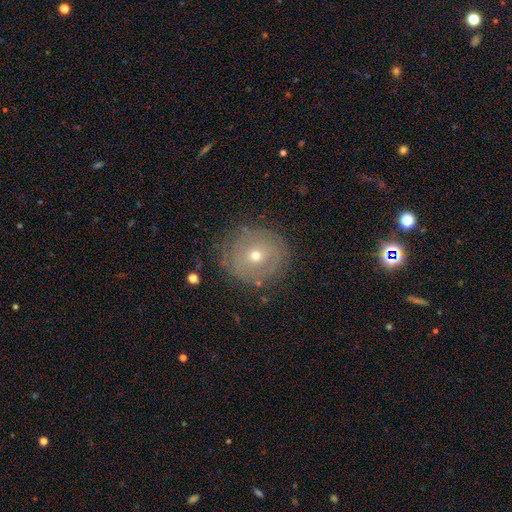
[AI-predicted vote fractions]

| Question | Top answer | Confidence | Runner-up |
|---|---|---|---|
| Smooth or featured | smooth | 48% | featured or disk (40%) |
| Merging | none | 79% | minor disturbance (14%) |